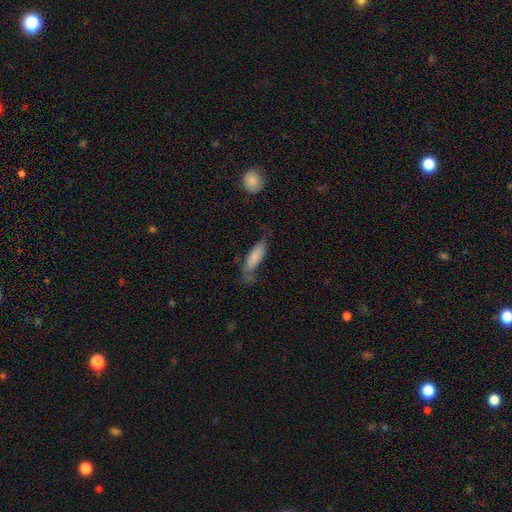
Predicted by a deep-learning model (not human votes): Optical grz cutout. It shows a smooth galaxy with no disk features (70%) that is in between round and cigar-shaped (52%). Merging: none (54%).